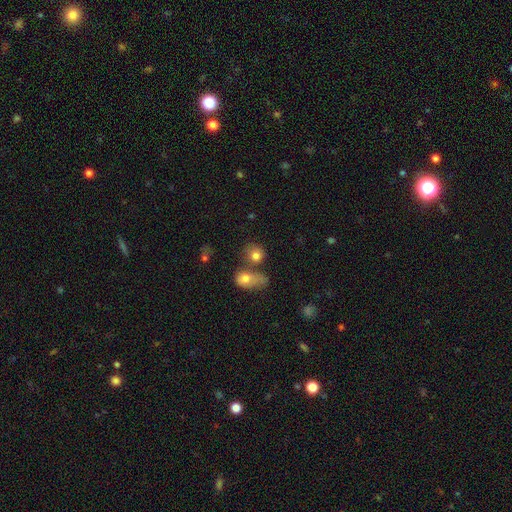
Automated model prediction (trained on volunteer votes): Q: Smooth or featured?
A: smooth (79%); runner-up: featured or disk (11%)
Q: How rounded?
A: round (71%); runner-up: in between (28%)
Q: Merging?
A: none (43%); runner-up: merger (36%)